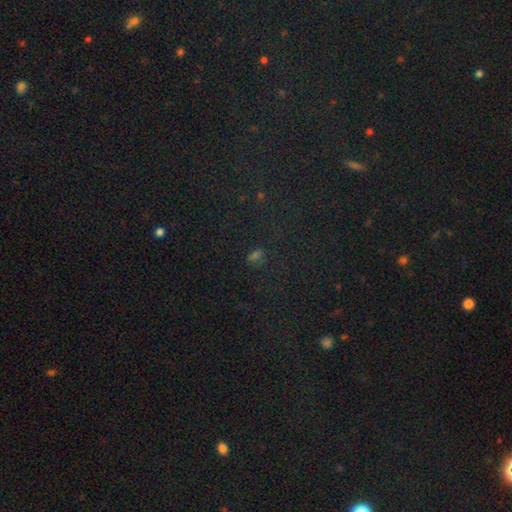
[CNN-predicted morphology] smooth 50%, star or artifact 42%, featured or disk 8%. Down the decision tree: merging — none (72%).